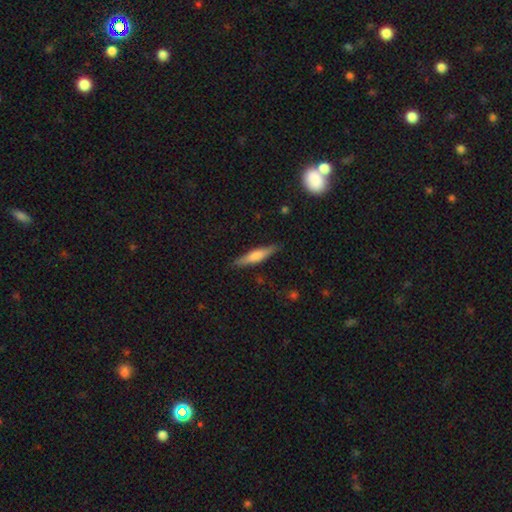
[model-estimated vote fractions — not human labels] Q: Smooth or featured?
A: smooth (54%); runner-up: featured or disk (40%)
Q: How rounded?
A: cigar-shaped (84%); runner-up: in between (14%)
Q: Merging?
A: none (87%); runner-up: minor disturbance (9%)